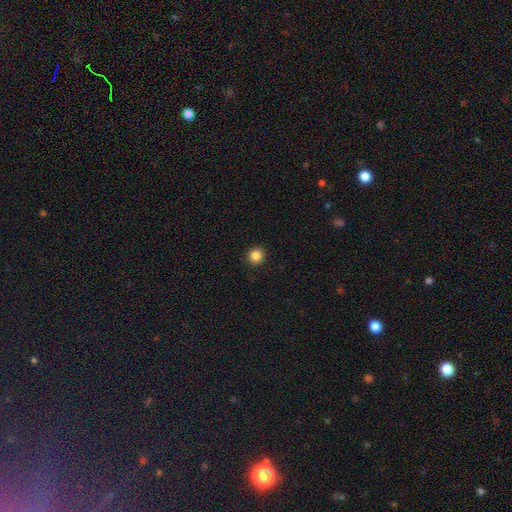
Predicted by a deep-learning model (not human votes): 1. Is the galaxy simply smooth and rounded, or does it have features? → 86% smooth, 11% star or artifact, 3% featured or disk.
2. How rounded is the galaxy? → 94% round, 5% in between, 1% cigar-shaped.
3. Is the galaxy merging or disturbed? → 93% none, 4% minor disturbance, 2% major disturbance, 1% merger.